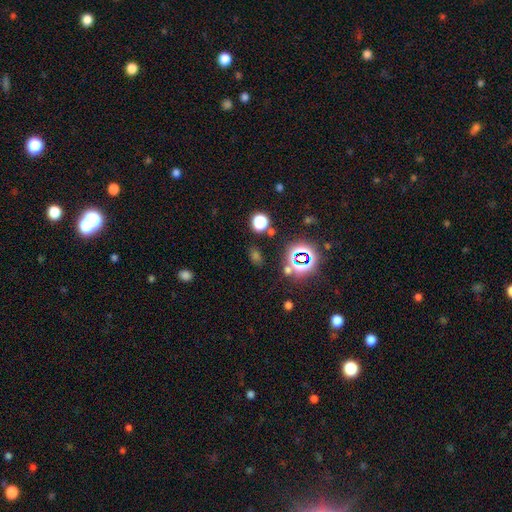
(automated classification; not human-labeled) A star or artifact, not a galaxy (48%).

Vote fractions:
- Smooth or featured? star or artifact: 48% / smooth: 44% / featured or disk: 7%